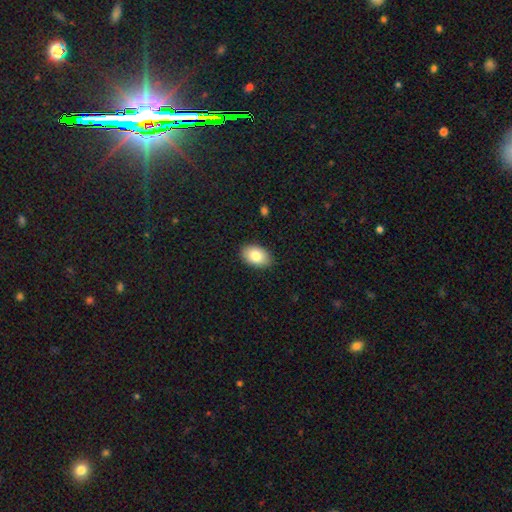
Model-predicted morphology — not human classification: type=smooth (84%); roundness=in between (91%); merging=none (88%).